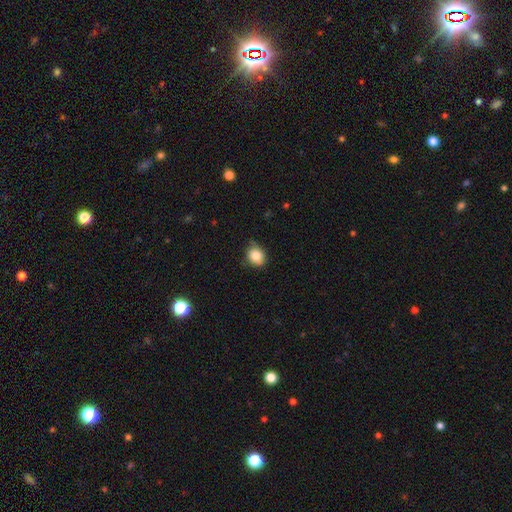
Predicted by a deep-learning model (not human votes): The model was most divided on "how rounded": round: 60%, in between: 39%, cigar-shaped: 1%. More confident: smooth or featured — smooth (82%); merging — none (72%).